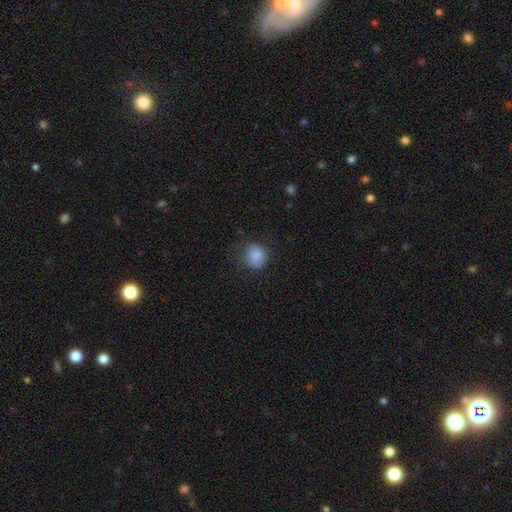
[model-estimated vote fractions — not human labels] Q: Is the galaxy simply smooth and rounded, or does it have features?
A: smooth — 81%.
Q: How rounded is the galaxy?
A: round — 78%.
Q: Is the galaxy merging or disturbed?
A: none — 62%.